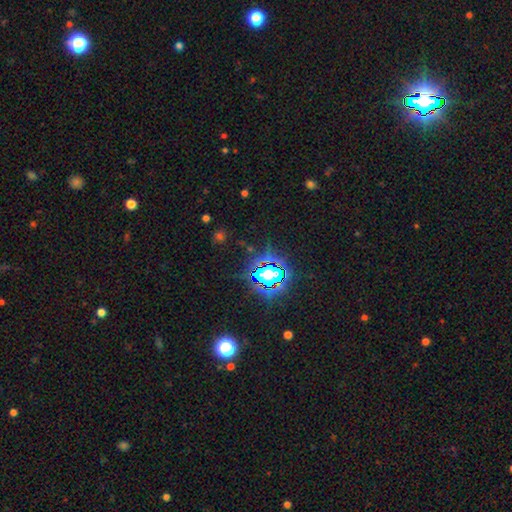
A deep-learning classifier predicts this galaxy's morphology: smooth_or_featured: star or artifact (p=0.82) [alt: smooth p=0.10]